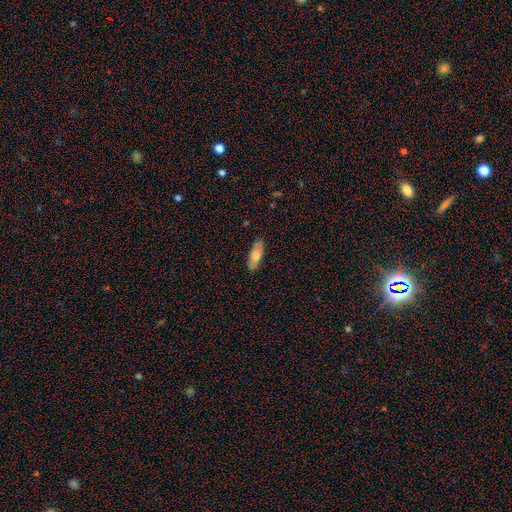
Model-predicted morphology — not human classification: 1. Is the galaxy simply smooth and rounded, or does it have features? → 66% smooth, 28% featured or disk, 6% star or artifact.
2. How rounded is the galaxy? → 73% in between, 25% cigar-shaped, 2% round.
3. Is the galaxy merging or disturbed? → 82% none, 13% minor disturbance, 3% major disturbance, 2% merger.